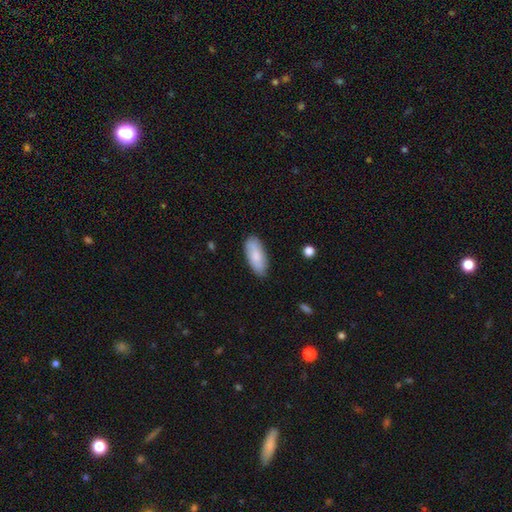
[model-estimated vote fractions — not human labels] A smooth galaxy with no disk features (79%) that is in between round and cigar-shaped (85%). Merging: none (83%).